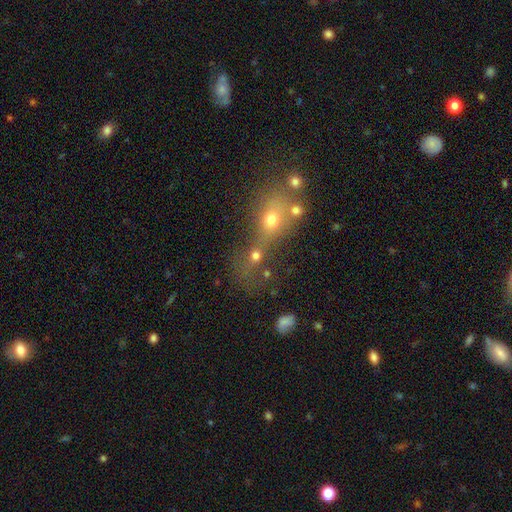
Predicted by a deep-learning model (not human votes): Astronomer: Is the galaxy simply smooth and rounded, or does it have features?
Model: smooth — 62%.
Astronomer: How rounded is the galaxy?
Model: round — 67%.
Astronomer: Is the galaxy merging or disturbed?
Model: merger — 56%.